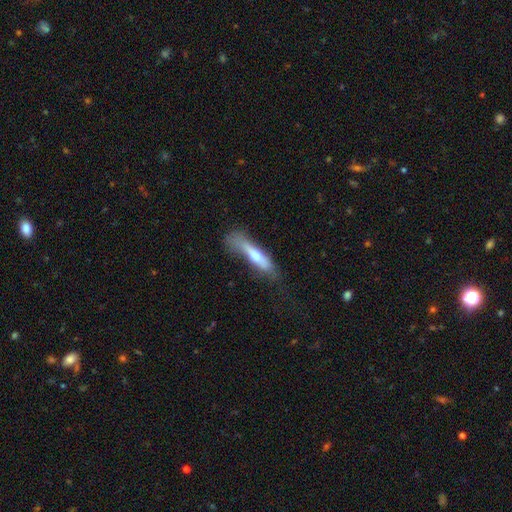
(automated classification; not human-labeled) The model was most divided on "smooth or featured": smooth: 54%, featured or disk: 39%, star or artifact: 7%. Remaining: how rounded — cigar-shaped (85%); merging — none (46%).